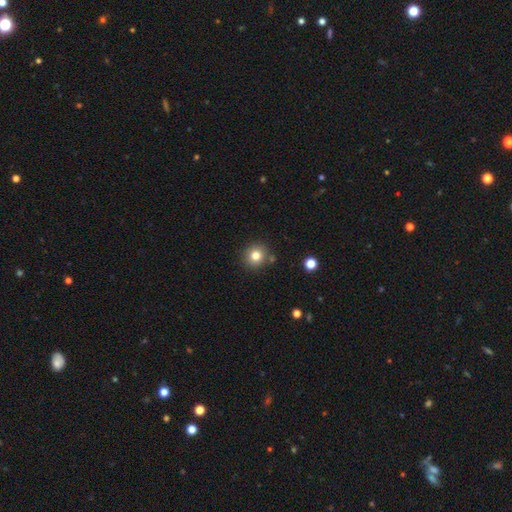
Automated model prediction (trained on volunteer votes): smooth-or-featured: smooth: 80% | star or artifact: 12% | featured or disk: 8%
  how-rounded: round: 92% | in between: 7% | cigar-shaped: 1%
  merging: none: 83% | minor disturbance: 9% | merger: 6% | major disturbance: 2%